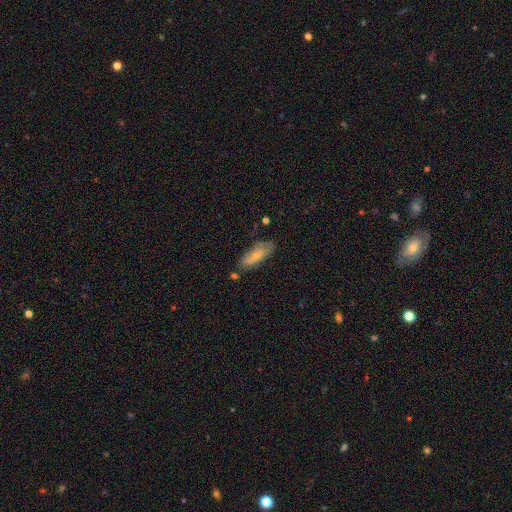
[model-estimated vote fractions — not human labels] A smooth galaxy with no disk features (65%) that is in between round and cigar-shaped (66%).

Vote fractions:
- Smooth or featured? smooth: 65% / featured or disk: 29% / star or artifact: 6%
- How rounded? in between: 66% / cigar-shaped: 31% / round: 2%
- Merging? none: 65% / minor disturbance: 24% / major disturbance: 6% / merger: 5%